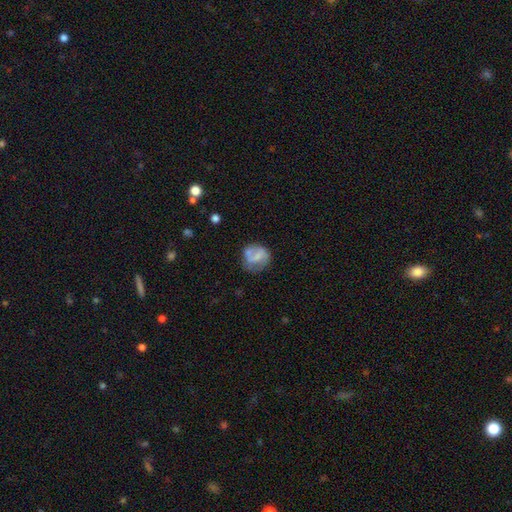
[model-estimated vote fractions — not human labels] This appears to be a smooth galaxy with no disk features (52%) that is round (74%). Merging: none (49%).